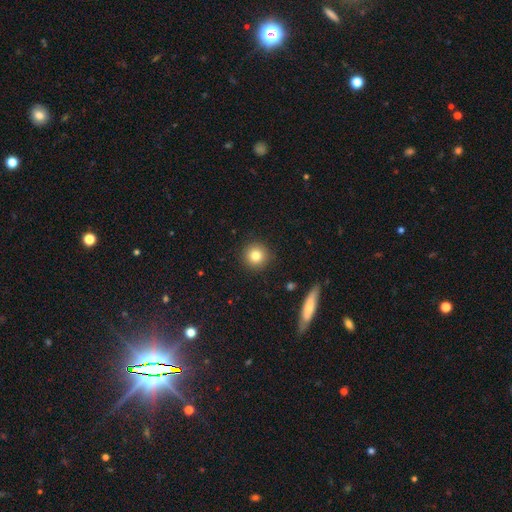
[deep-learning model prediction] This appears to be a smooth galaxy with no disk features (81%) that is round (95%). Merging: none (91%).